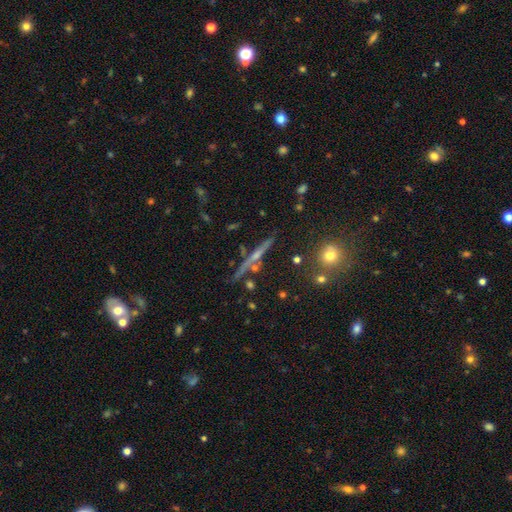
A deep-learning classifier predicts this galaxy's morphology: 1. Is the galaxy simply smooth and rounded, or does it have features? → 69% featured or disk, 19% smooth, 12% star or artifact.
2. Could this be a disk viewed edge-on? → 96% yes, 4% no.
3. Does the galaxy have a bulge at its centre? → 48% rounded, 44% none, 8% boxy.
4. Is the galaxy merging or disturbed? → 83% none, 9% minor disturbance, 5% merger, 3% major disturbance.